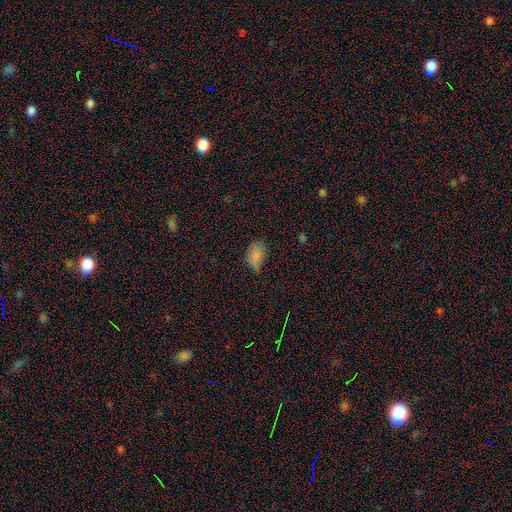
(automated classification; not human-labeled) The model was most divided on "merging": none: 51%, minor disturbance: 36%, major disturbance: 11%, merger: 2%. More confident: how rounded — in between (89%); smooth or featured — smooth (76%).